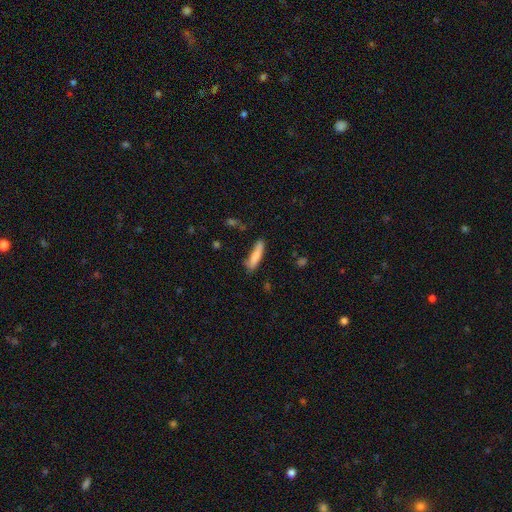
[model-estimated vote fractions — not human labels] smooth-or-featured: smooth: 81% | featured or disk: 13% | star or artifact: 6%
  how-rounded: cigar-shaped: 83% | in between: 16% | round: 1%
  merging: none: 71% | minor disturbance: 21% | major disturbance: 5% | merger: 3%